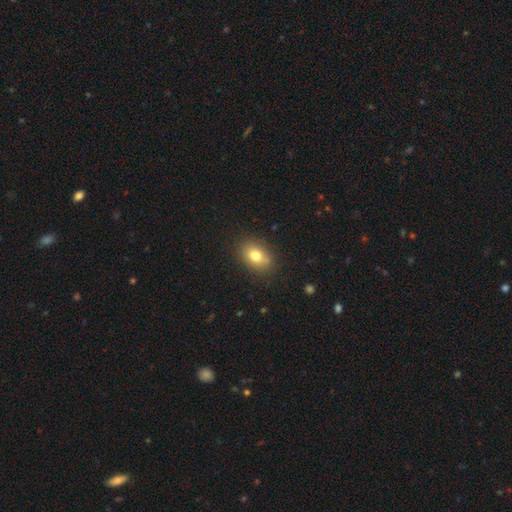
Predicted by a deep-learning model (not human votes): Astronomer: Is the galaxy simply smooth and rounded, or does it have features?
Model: smooth — 78%.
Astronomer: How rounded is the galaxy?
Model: in between — 74%.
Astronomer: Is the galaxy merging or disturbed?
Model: none — 83%.